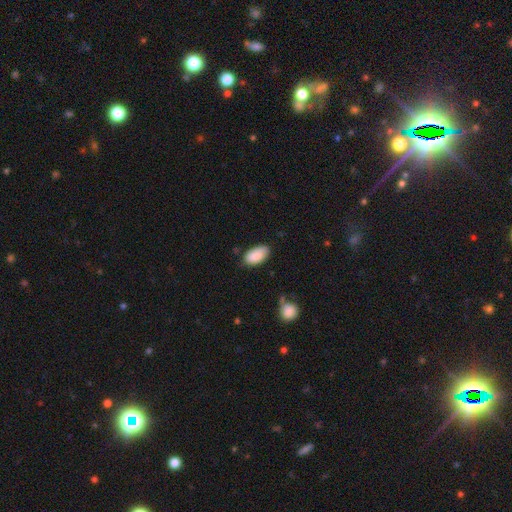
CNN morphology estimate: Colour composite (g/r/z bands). It shows a smooth galaxy with no disk features (87%) that is in between round and cigar-shaped (95%). Merging: none (70%).